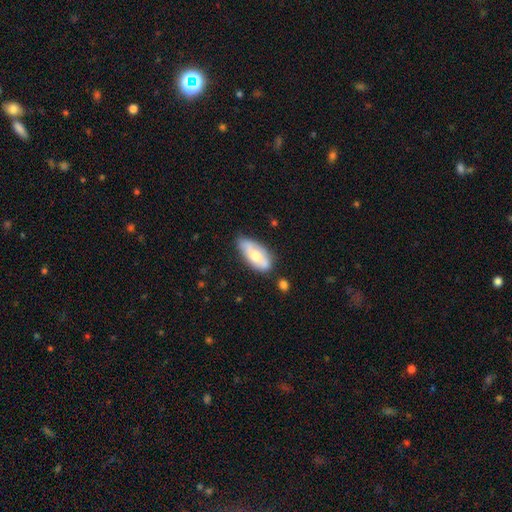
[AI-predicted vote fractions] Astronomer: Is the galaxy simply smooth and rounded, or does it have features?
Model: smooth — 64%.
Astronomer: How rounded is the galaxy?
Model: in between — 85%.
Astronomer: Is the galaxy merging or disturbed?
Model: none — 64%.